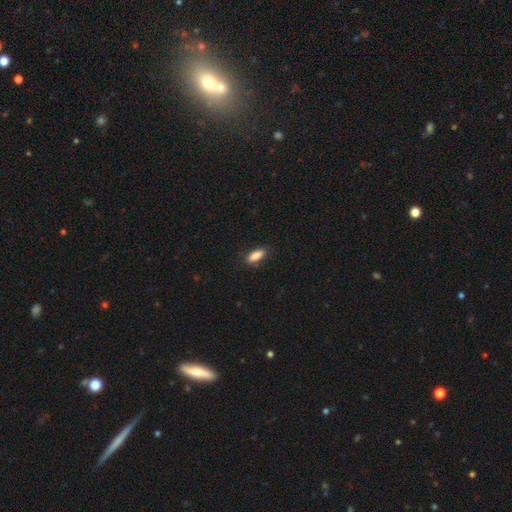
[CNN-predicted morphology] Smooth or featured: smooth — 87% (star or artifact — 7%)
How rounded: in between — 79% (cigar-shaped — 19%)
Merging: none — 84% (minor disturbance — 12%)